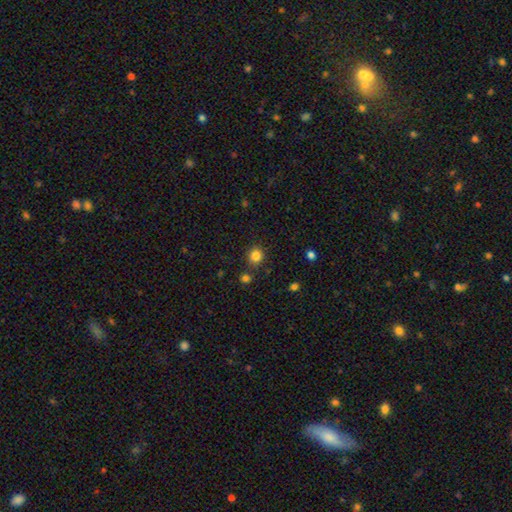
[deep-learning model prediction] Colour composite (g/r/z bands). It shows a smooth galaxy with no disk features (83%) that is round (84%). Merging: none (82%).